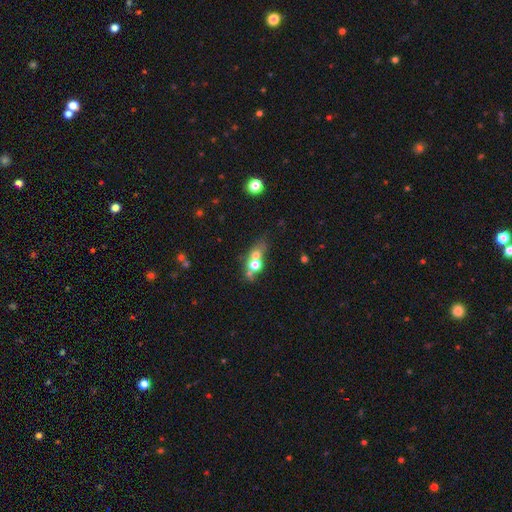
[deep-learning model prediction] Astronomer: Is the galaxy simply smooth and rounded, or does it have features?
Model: smooth — 57%.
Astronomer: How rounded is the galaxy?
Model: round — 57% (runner-up: in between, 36%).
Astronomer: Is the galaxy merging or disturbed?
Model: merger — 50% (runner-up: none, 35%).